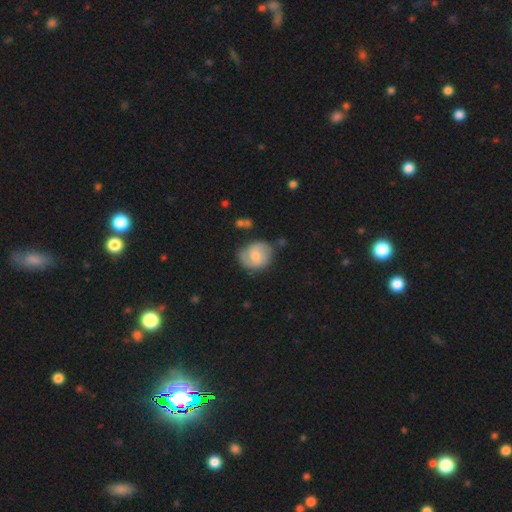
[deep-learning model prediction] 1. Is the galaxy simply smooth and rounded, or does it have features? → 52% smooth, 41% featured or disk, 7% star or artifact.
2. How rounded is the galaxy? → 71% round, 28% in between, 1% cigar-shaped.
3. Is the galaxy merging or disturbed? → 64% none, 25% minor disturbance, 7% major disturbance, 4% merger.